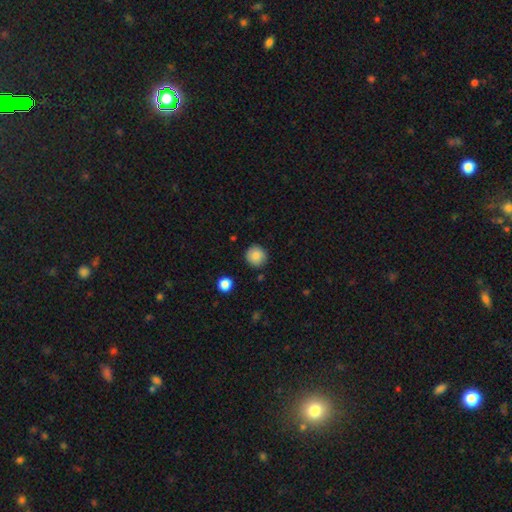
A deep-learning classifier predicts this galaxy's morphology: Smooth or featured? Predicted: smooth (p=0.85). How rounded? Predicted: round (p=0.92). Merging? Predicted: none (p=0.87).